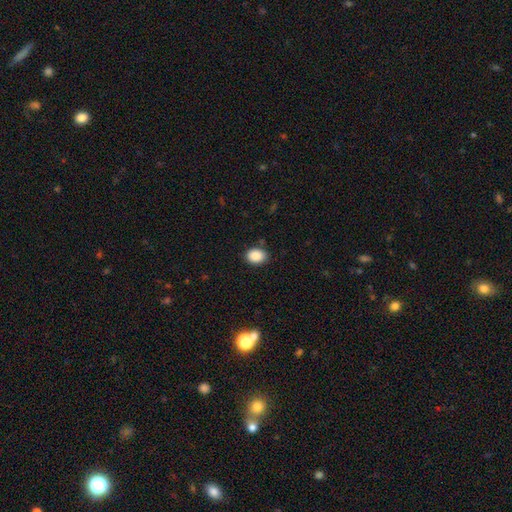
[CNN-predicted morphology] A smooth galaxy with no disk features (88%) that is in between round and cigar-shaped (66%).

Vote fractions:
- Smooth or featured? smooth: 88% / star or artifact: 8% / featured or disk: 4%
- How rounded? in between: 66% / round: 33% / cigar-shaped: 1%
- Merging? none: 86% / minor disturbance: 10% / major disturbance: 2% / merger: 2%